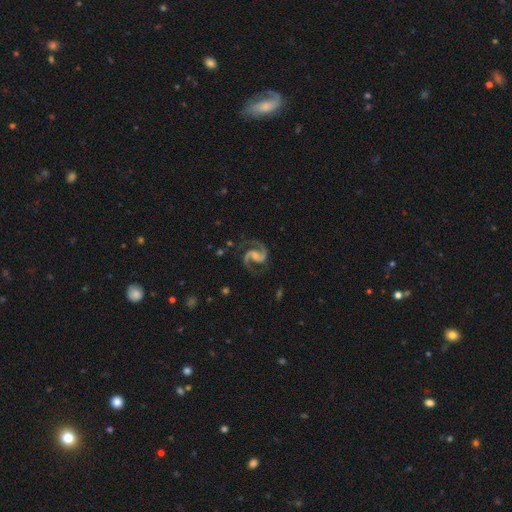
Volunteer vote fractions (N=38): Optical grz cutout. It shows a featured or disk galaxy (92%) with a strong bar (37%), 2 (100%) medium (54%) spiral arms (100%) and a small central bulge (46%). Merging: none (86%).